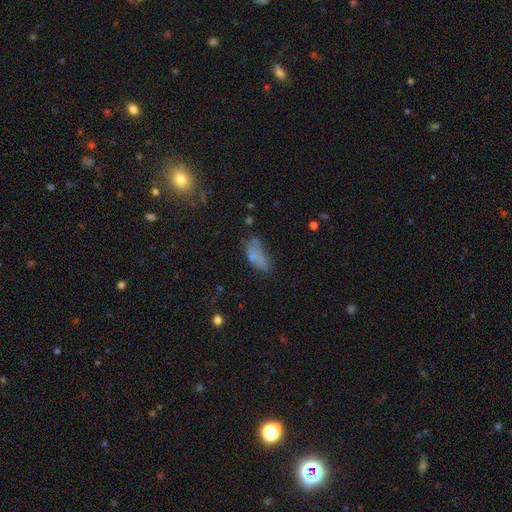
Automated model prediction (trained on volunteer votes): A smooth galaxy with no disk features (63%) that is in between round and cigar-shaped (79%).

Vote fractions:
- Smooth or featured? smooth: 63% / featured or disk: 22% / star or artifact: 15%
- How rounded? in between: 79% / cigar-shaped: 17% / round: 4%
- Merging? none: 36% / minor disturbance: 28% / major disturbance: 24% / merger: 12%